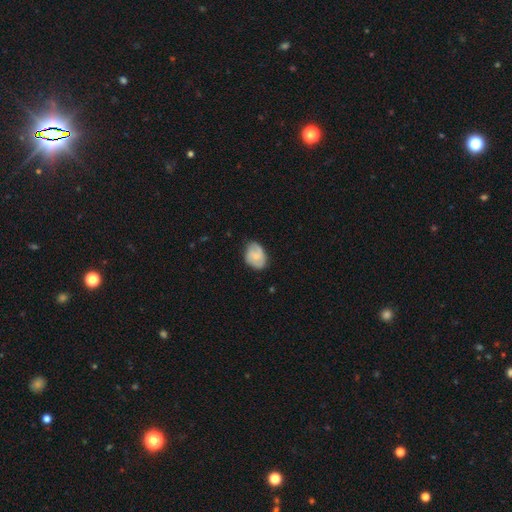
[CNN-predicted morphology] Overall: smooth (61%; featured or disk 32%). How rounded: in between (72%). Merging: none (66%; minor disturbance 27%).